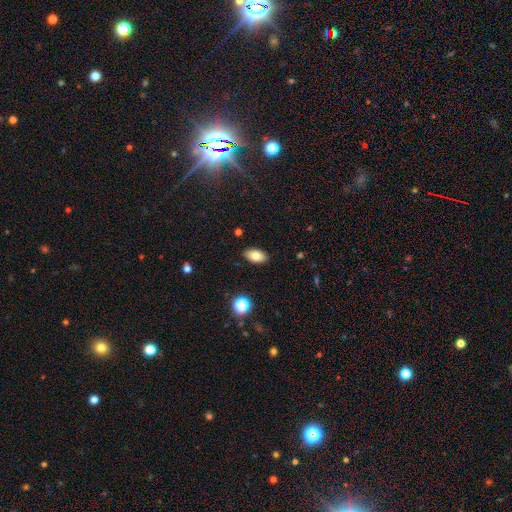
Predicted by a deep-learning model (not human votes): Smooth or featured? smooth (80%)
How rounded? in between (92%)
Merging? none (88%)